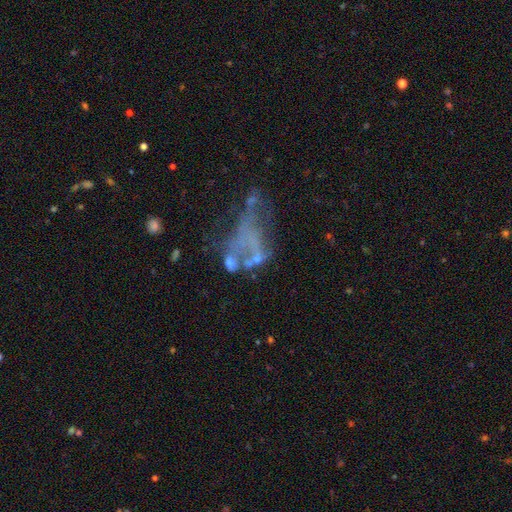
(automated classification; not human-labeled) featured or disk 53%, smooth 27%, star or artifact 20%. Down the decision tree: edge-on disk — no (97%); bar — no (92%); spiral arms — no (92%); bulge size — none (79%); merging — major disturbance (40%).